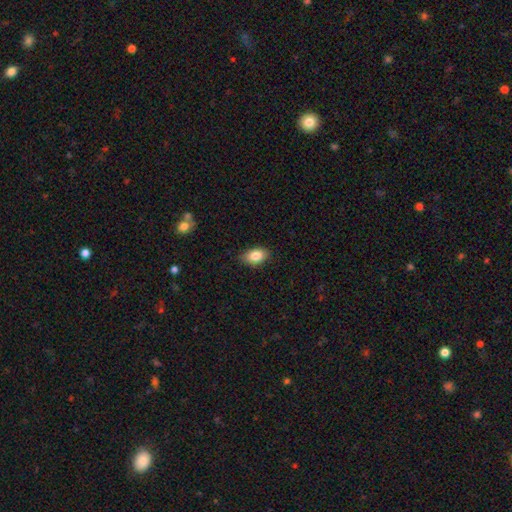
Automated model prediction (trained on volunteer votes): smooth-or-featured: smooth: 84% | featured or disk: 9% | star or artifact: 8%
  how-rounded: in between: 89% | round: 9% | cigar-shaped: 2%
  merging: none: 85% | minor disturbance: 12% | major disturbance: 2% | merger: 1%